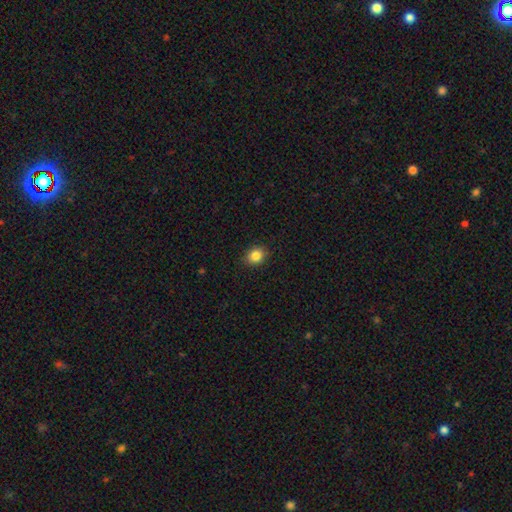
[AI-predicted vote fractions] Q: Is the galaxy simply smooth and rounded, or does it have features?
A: smooth — 85%.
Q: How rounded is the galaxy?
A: round — 57%.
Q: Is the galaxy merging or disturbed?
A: none — 89%.